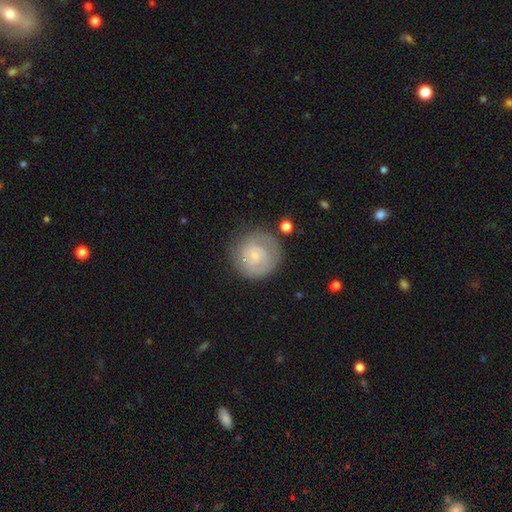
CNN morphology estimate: featured or disk 50%, smooth 43%, star or artifact 7%. Down the decision tree: merging — none (74%).